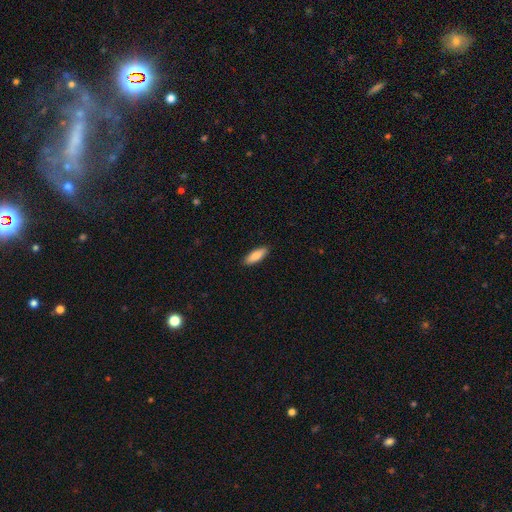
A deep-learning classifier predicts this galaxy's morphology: smooth_or_featured: smooth (p=0.82) [alt: featured or disk p=0.12]
how_rounded: in between (p=0.59) [alt: cigar-shaped p=0.39]
merging: none (p=0.90) [alt: minor disturbance p=0.08]